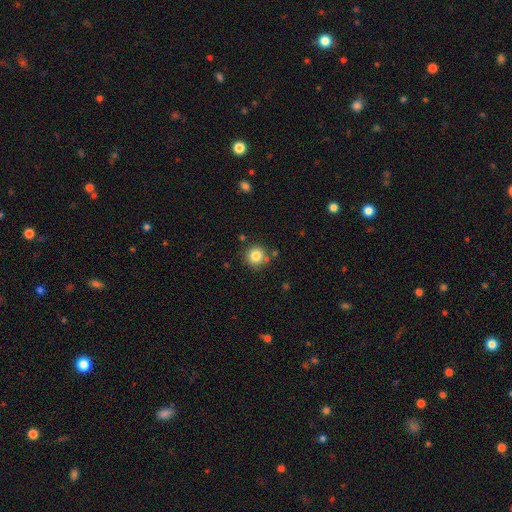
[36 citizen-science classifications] Smooth or featured: smooth — 89% (featured or disk — 11%)
How rounded: round — 97% (in between — 3%)
Merging: none — 81% (merger — 8%)